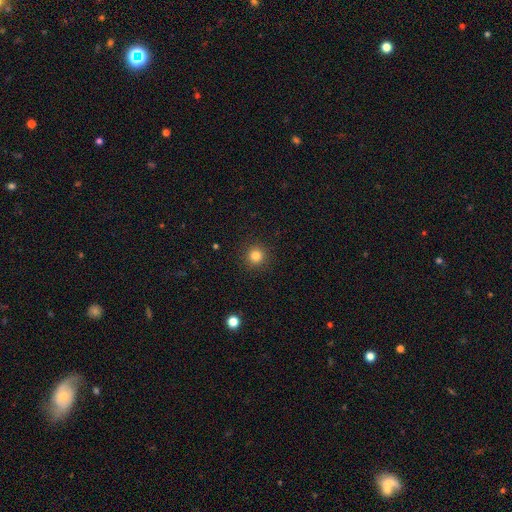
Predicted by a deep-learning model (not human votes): A smooth galaxy with no disk features (82%) that is round (95%).

Vote fractions:
- Smooth or featured? smooth: 82% / star or artifact: 12% / featured or disk: 5%
- How rounded? round: 95% / in between: 5% / cigar-shaped: 1%
- Merging? none: 92% / minor disturbance: 5% / major disturbance: 2% / merger: 1%